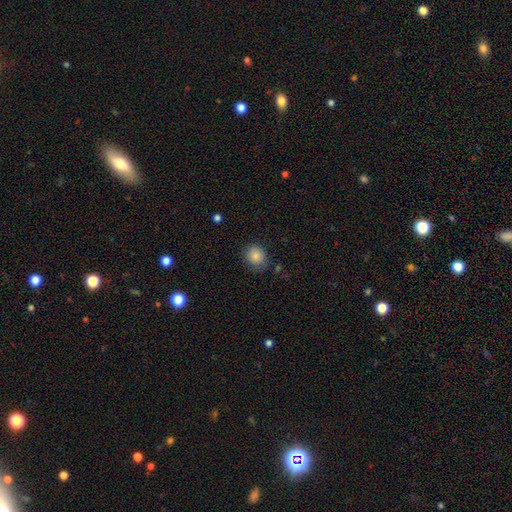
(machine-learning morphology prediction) Smooth or featured?
  - smooth: 86% *
  - star or artifact: 9%
  - featured or disk: 5%
How rounded?
  - round: 73% *
  - in between: 26%
  - cigar-shaped: 1%
Merging?
  - none: 77% *
  - minor disturbance: 17%
  - major disturbance: 4%
  - merger: 2%